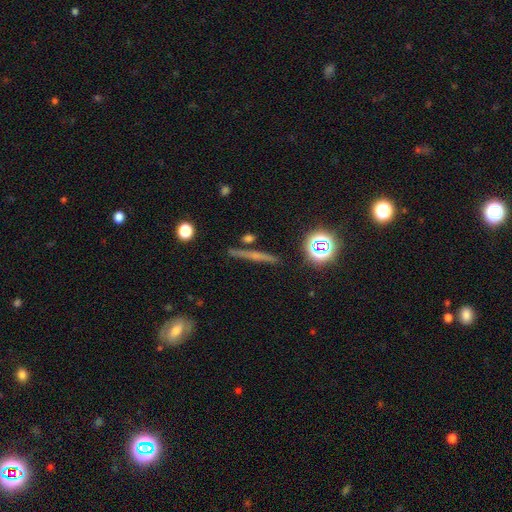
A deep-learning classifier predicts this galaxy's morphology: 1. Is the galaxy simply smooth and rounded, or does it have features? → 55% featured or disk, 30% smooth, 15% star or artifact.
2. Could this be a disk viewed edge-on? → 95% yes, 5% no.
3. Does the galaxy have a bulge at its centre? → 49% none, 43% rounded, 8% boxy.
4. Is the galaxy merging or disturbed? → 87% none, 8% minor disturbance, 4% merger, 2% major disturbance.